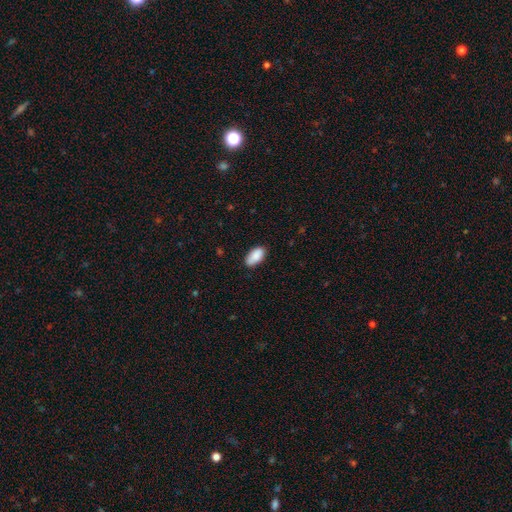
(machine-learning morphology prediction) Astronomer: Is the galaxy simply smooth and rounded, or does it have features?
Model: smooth — 89%.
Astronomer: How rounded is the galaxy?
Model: in between — 93%.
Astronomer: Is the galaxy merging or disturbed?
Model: none — 81%.